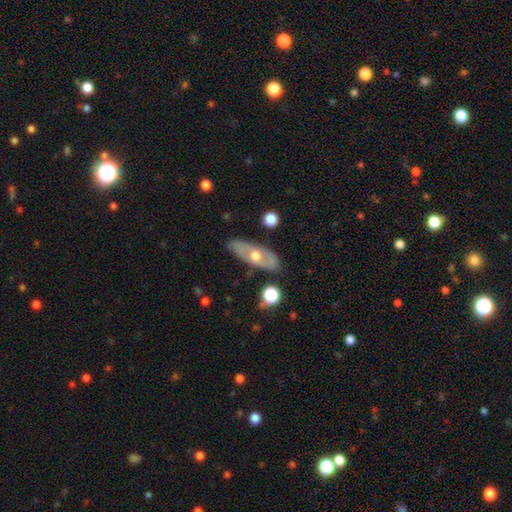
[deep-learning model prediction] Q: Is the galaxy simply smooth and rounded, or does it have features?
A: featured or disk — 58%.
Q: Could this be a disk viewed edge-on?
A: no — 70%.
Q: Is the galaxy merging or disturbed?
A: none — 81%.